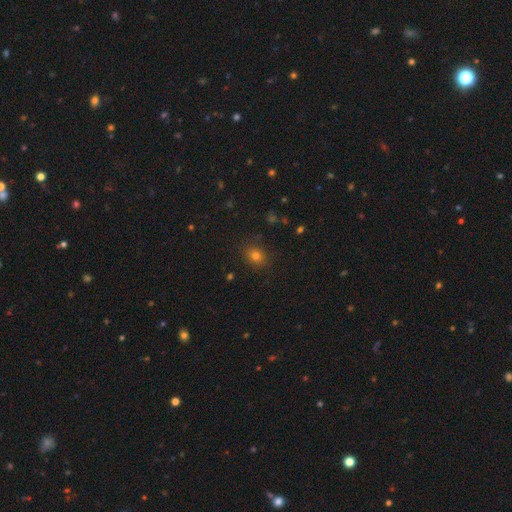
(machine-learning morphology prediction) type=smooth (75%); roundness=round (62%); merging=none (85%).